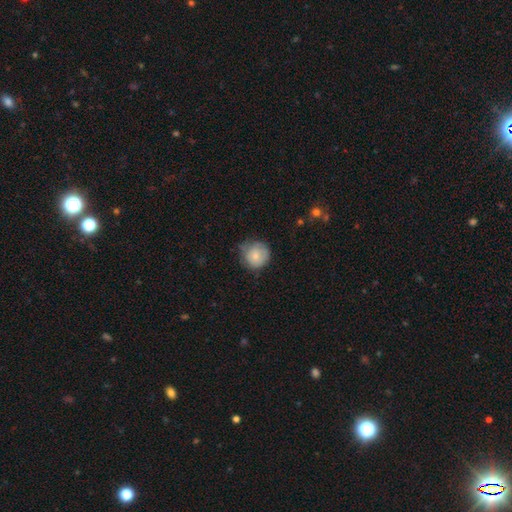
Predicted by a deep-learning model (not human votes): This is likely a smooth galaxy (75%). How rounded: clearly round (90%). Merging: possibly none (57%).